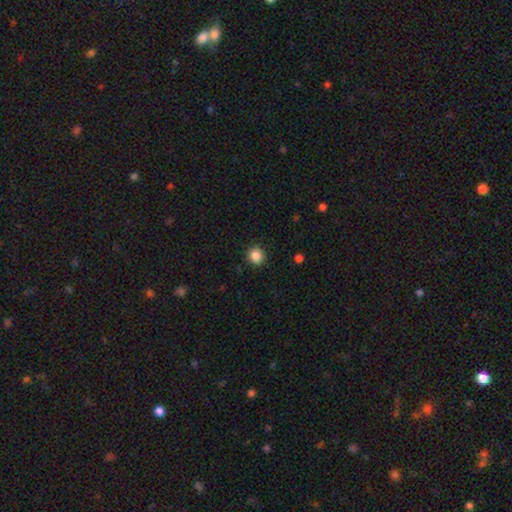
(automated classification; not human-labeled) Morphology: type=smooth (86%); roundness=round (92%); merging=none (91%).